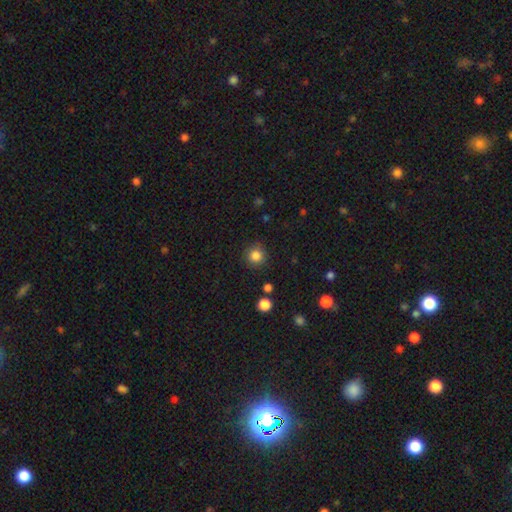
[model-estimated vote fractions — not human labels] This is clearly a smooth galaxy (84%). How rounded: clearly round (94%). Merging: clearly none (88%).